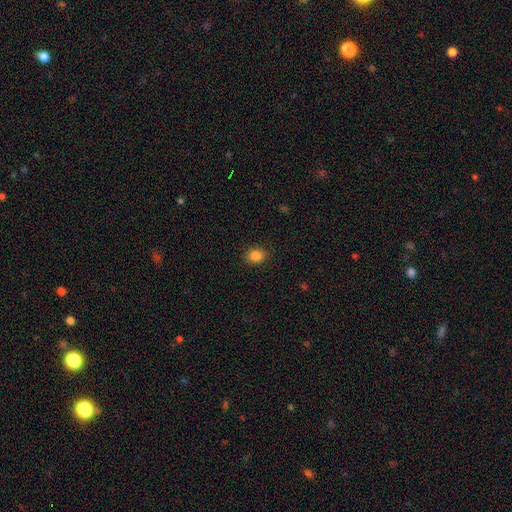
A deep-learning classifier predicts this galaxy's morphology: Smooth or featured?
  - smooth: 85% *
  - star or artifact: 11%
  - featured or disk: 4%
How rounded?
  - round: 59% *
  - in between: 40%
  - cigar-shaped: 1%
Merging?
  - none: 89% *
  - minor disturbance: 7%
  - major disturbance: 2%
  - merger: 1%